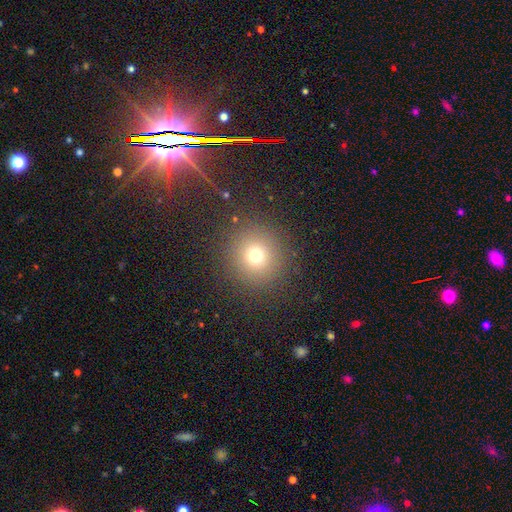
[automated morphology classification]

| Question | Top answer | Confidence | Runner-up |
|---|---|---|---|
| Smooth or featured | smooth | 72% | star or artifact (19%) |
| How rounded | round | 94% | in between (5%) |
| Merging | none | 88% | minor disturbance (6%) |